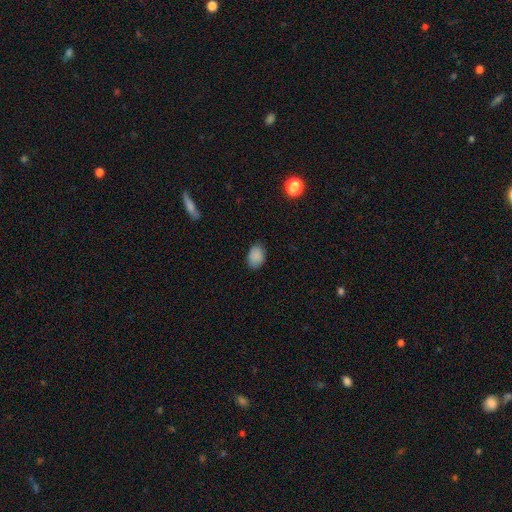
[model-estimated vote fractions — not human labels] A smooth galaxy with no disk features (88%) that is in between round and cigar-shaped (80%).

Vote fractions:
- Smooth or featured? smooth: 88% / star or artifact: 9% / featured or disk: 4%
- How rounded? in between: 80% / round: 19% / cigar-shaped: 1%
- Merging? none: 81% / minor disturbance: 15% / major disturbance: 3% / merger: 1%